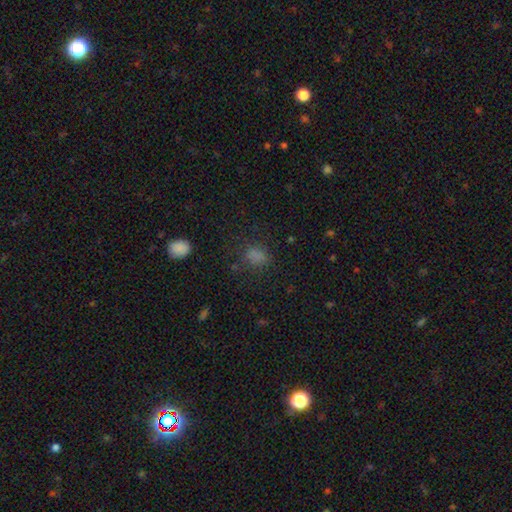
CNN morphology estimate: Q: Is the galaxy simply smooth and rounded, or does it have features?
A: smooth — 75%.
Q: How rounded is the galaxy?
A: in between — 61%.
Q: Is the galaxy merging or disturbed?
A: none — 71%.